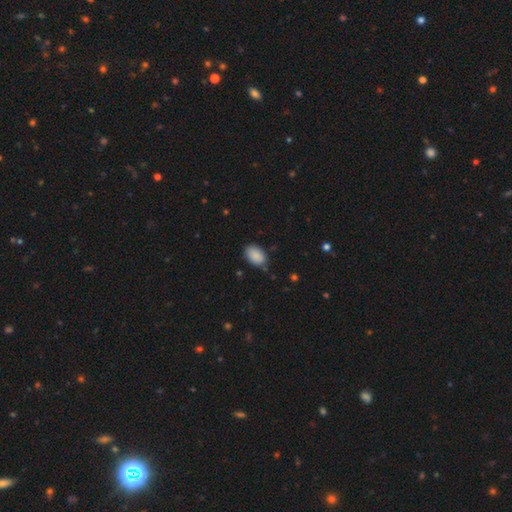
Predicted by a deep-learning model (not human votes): This is clearly a smooth galaxy (89%). How rounded: clearly in between (86%). Merging: clearly none (81%).